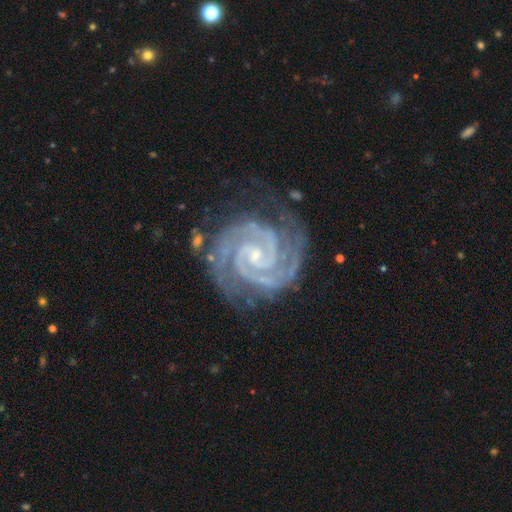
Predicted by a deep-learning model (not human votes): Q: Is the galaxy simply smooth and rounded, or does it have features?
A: featured or disk — 94%.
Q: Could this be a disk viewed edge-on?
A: no — 98%.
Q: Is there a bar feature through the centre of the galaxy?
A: no — 49%.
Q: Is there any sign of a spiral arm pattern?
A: yes — 99%.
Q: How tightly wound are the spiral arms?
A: tight — 81%.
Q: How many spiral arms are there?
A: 2 — 81%.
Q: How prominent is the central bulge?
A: small — 79%.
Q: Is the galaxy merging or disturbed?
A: none — 74%.